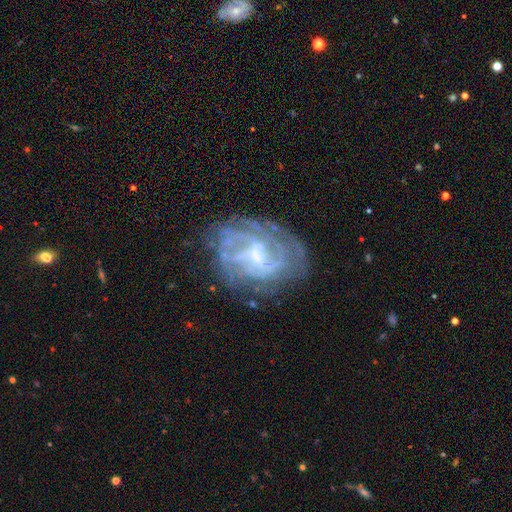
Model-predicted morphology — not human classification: Q: Smooth or featured?
A: featured or disk (79%); runner-up: smooth (12%)
Q: Edge-on disk?
A: no (97%); runner-up: yes (3%)
Q: Bar?
A: weak (52%); runner-up: no (32%)
Q: Spiral arms?
A: yes (75%); runner-up: no (25%)
Q: Spiral winding?
A: tight (46%); runner-up: medium (36%)
Q: Spiral arm count?
A: can't tell (50%); runner-up: 2 (14%)
Q: Bulge size?
A: small (49%); runner-up: moderate (26%)
Q: Merging?
A: none (61%); runner-up: minor disturbance (20%)